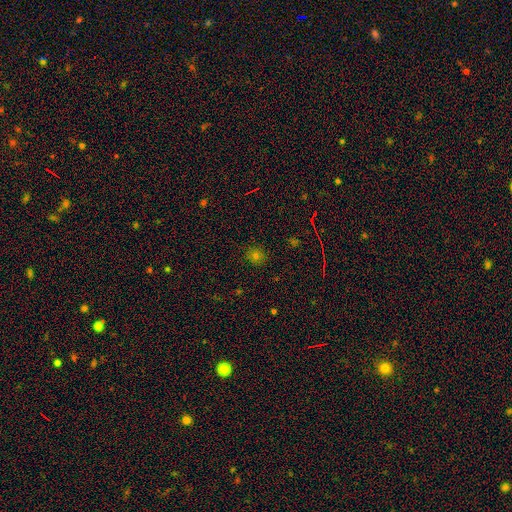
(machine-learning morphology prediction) smooth-or-featured: smooth: 67% | star or artifact: 26% | featured or disk: 7%
  how-rounded: round: 87% | in between: 12% | cigar-shaped: 1%
  merging: none: 87% | minor disturbance: 9% | major disturbance: 3% | merger: 1%